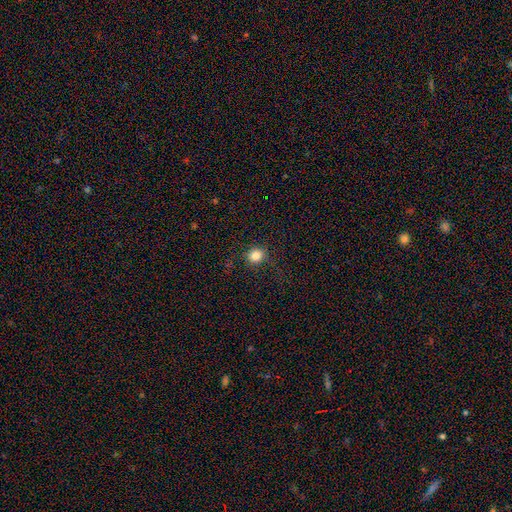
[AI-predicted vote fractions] Smooth or featured? smooth (81%)
How rounded? round (82%)
Merging? none (81%)